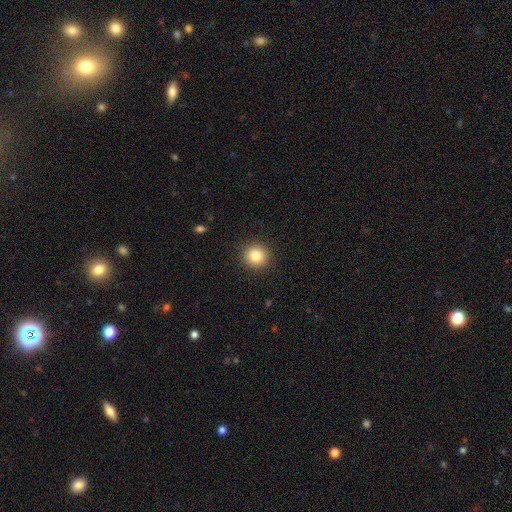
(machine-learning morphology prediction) Smooth or featured? smooth (84%)
How rounded? round (93%)
Merging? none (91%)